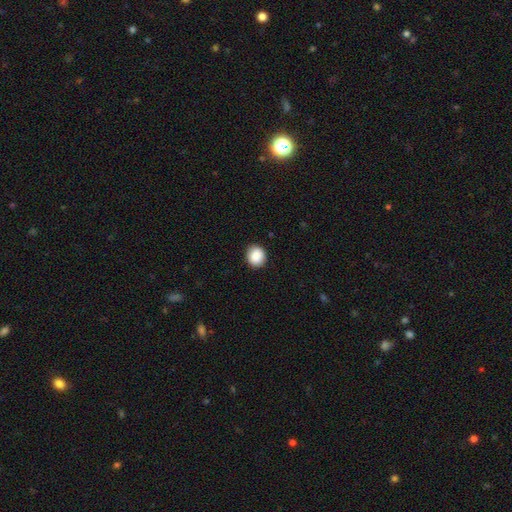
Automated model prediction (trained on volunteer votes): Smooth or featured? Predicted: smooth (p=0.89). How rounded? Predicted: round (p=0.78). Merging? Predicted: none (p=0.90).